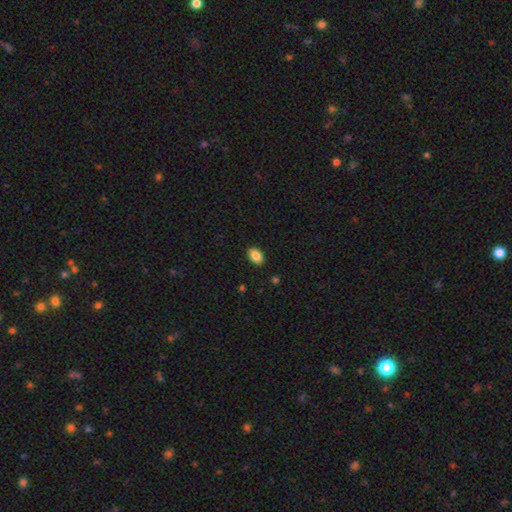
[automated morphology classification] This appears to be a smooth galaxy with no disk features (88%) that is in between round and cigar-shaped (89%). Merging: none (90%).